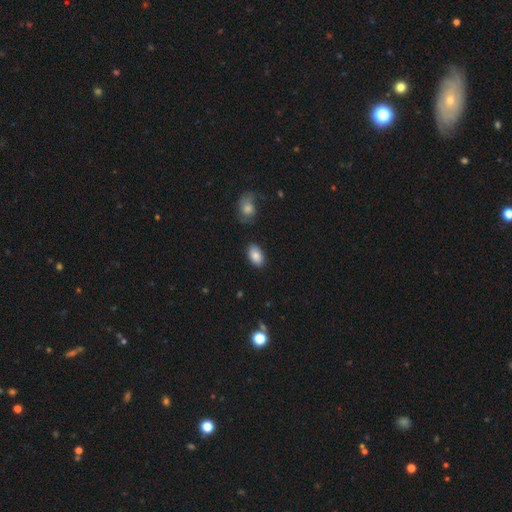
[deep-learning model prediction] smooth_or_featured: smooth (p=0.85) [alt: star or artifact p=0.08]
how_rounded: in between (p=0.92) [alt: round p=0.07]
merging: none (p=0.85) [alt: minor disturbance p=0.10]